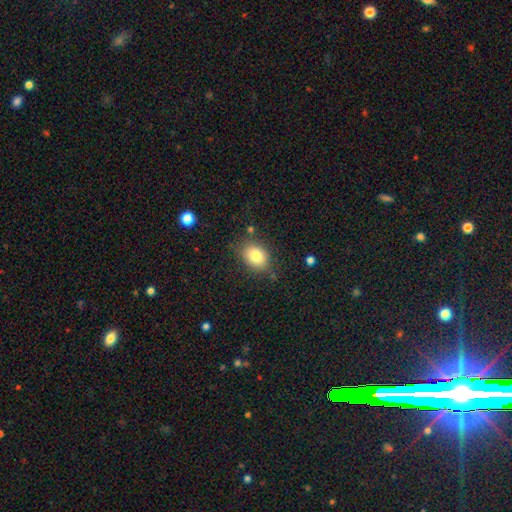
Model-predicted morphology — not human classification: Smooth or featured? Predicted: smooth (p=0.81). How rounded? Predicted: in between (p=0.65). Merging? Predicted: none (p=0.79).